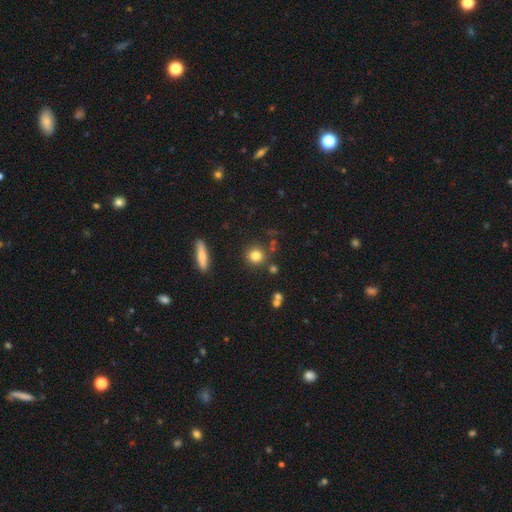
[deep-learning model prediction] Smooth or featured: smooth — 80% (star or artifact — 11%)
How rounded: round — 88% (in between — 10%)
Merging: none — 82% (minor disturbance — 9%)